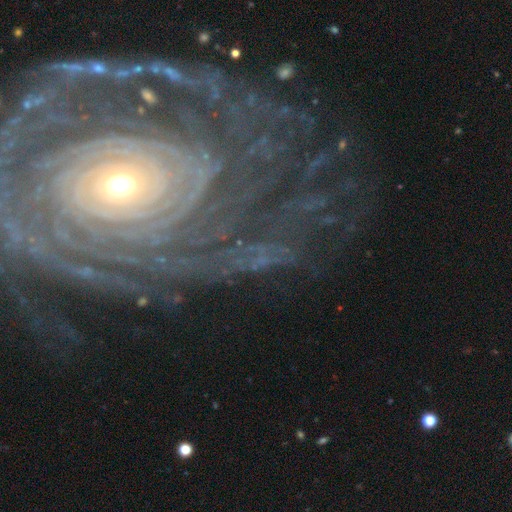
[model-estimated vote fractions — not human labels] Morphology: type=featured or disk (86%); edge-on=no (96%); bar=no (70%); spiral arms=yes (97%); winding=tight (84%); arm count=more than 4 (37%); bulge=small (53%); merging=none (76%).